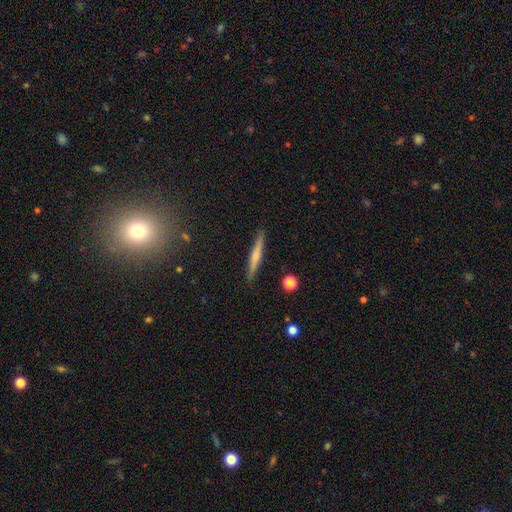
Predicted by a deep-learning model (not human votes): smooth_or_featured: smooth (p=0.50) [alt: featured or disk p=0.43]
how_rounded: cigar-shaped (p=0.94) [alt: in between p=0.04]
merging: none (p=0.90) [alt: minor disturbance p=0.07]